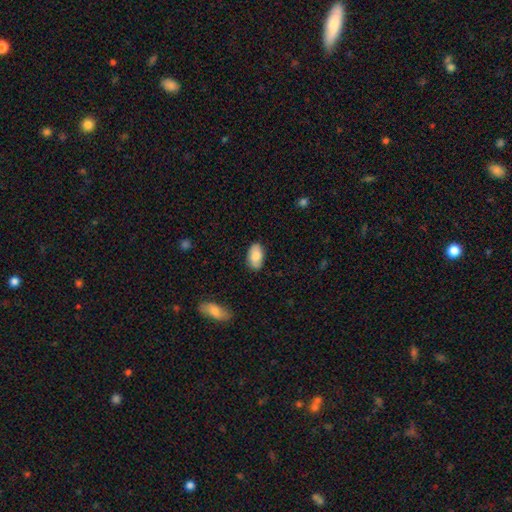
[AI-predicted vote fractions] smooth_or_featured: smooth (p=0.80) [alt: featured or disk p=0.13]
how_rounded: in between (p=0.94) [alt: round p=0.05]
merging: none (p=0.80) [alt: minor disturbance p=0.16]